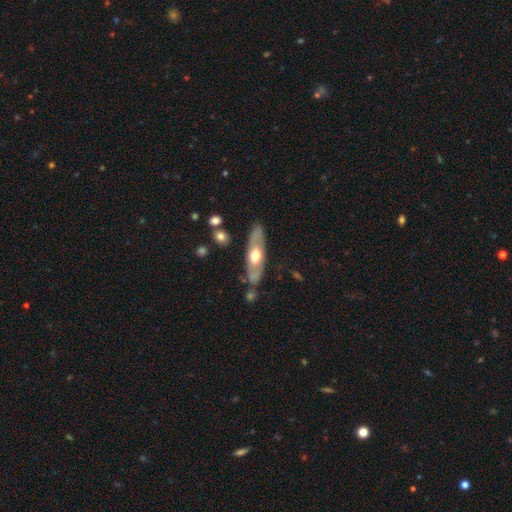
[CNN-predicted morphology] A featured or disk galaxy (53%). Merging: none (78%).